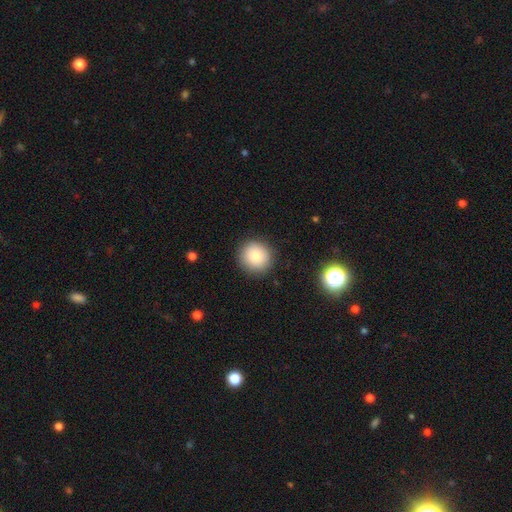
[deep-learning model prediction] Smooth or featured?
  - smooth: 85% *
  - star or artifact: 9%
  - featured or disk: 6%
How rounded?
  - round: 93% *
  - in between: 6%
  - cigar-shaped: 1%
Merging?
  - none: 90% *
  - minor disturbance: 7%
  - major disturbance: 2%
  - merger: 1%